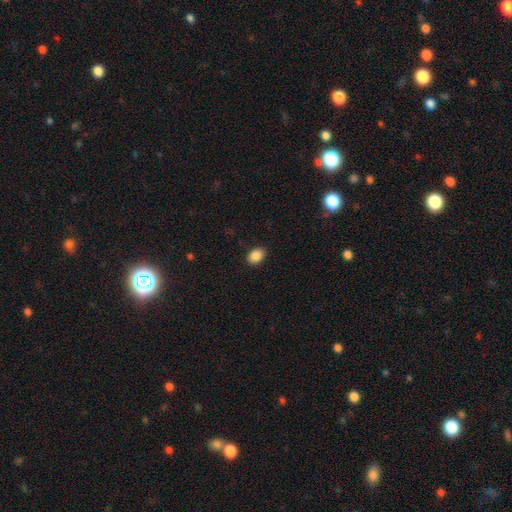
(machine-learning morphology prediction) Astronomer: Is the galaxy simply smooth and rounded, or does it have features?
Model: smooth — 88%.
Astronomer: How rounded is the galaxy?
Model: in between — 74%.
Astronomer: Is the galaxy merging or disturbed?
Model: none — 88%.